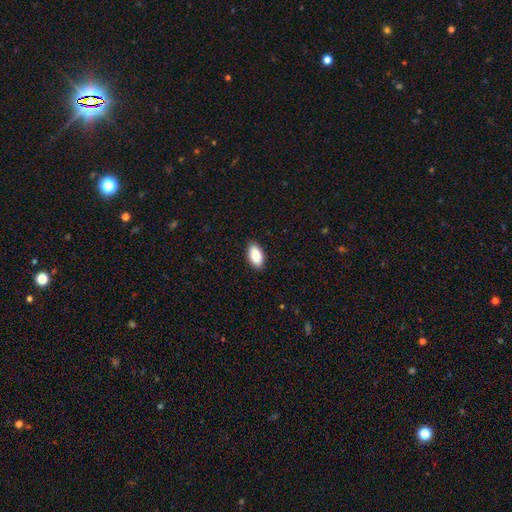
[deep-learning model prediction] Q: Smooth or featured?
A: smooth (81%); runner-up: featured or disk (12%)
Q: How rounded?
A: in between (94%); runner-up: round (4%)
Q: Merging?
A: none (89%); runner-up: minor disturbance (8%)